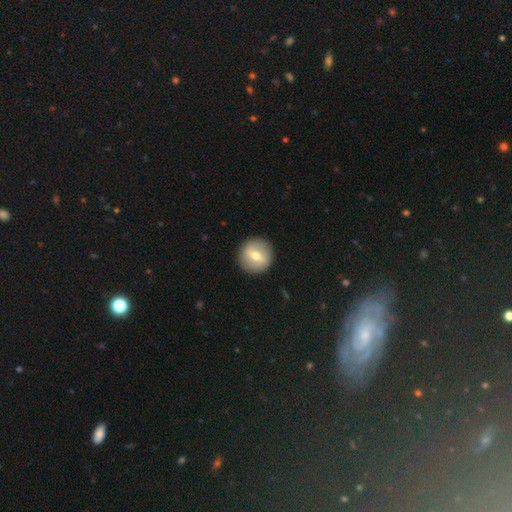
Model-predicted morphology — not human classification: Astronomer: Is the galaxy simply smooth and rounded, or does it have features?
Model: smooth — 49% (runner-up: featured or disk, 44%).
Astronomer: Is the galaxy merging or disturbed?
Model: none — 91%.